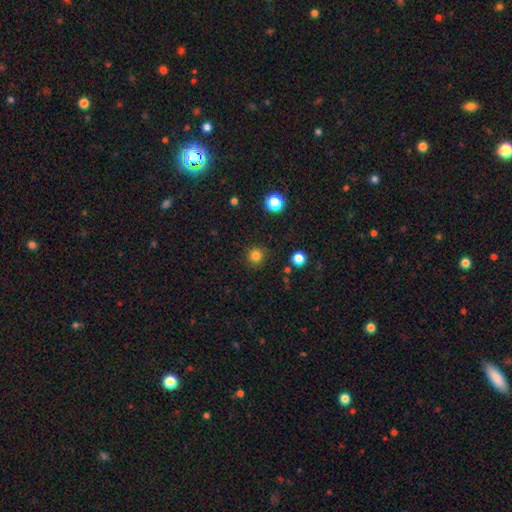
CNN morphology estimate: Smooth or featured? smooth (82%)
How rounded? round (94%)
Merging? none (90%)